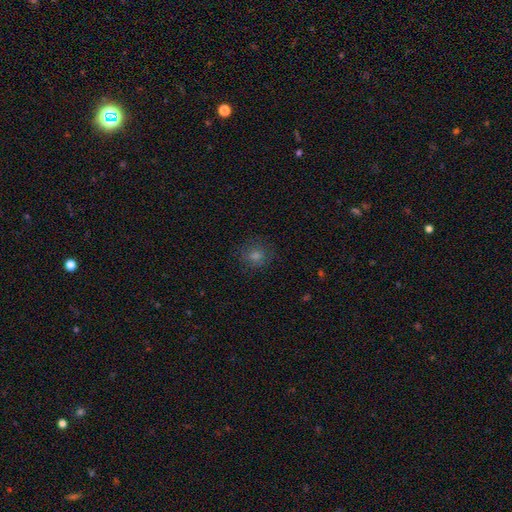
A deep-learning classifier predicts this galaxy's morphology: A smooth galaxy with no disk features (64%) that is round (83%). Merging: none (85%).